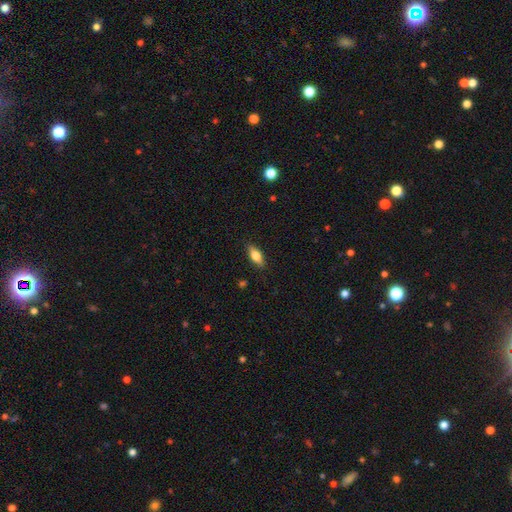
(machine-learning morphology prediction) smooth_or_featured: smooth (p=0.68) [alt: featured or disk p=0.25]
how_rounded: in between (p=0.74) [alt: cigar-shaped p=0.23]
merging: none (p=0.87) [alt: minor disturbance p=0.10]